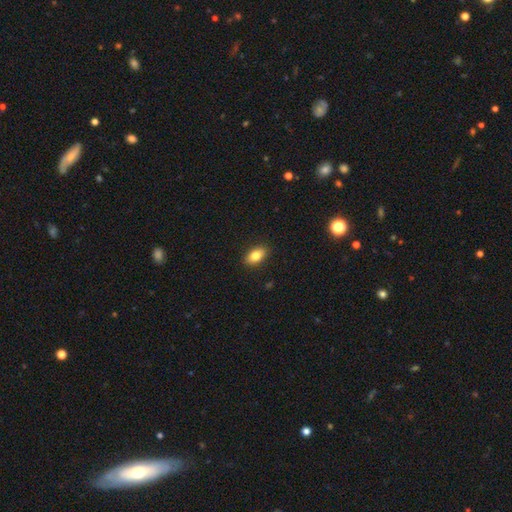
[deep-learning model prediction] This appears to be a smooth galaxy with no disk features (81%) that is in between round and cigar-shaped (89%). Merging: none (89%).